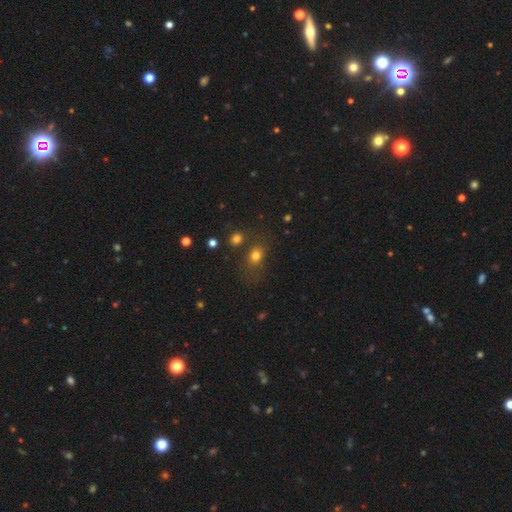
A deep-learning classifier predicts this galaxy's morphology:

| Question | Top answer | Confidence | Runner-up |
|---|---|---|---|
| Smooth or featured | smooth | 75% | star or artifact (16%) |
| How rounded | round | 50% | in between (49%) |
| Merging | none | 65% | minor disturbance (15%) |